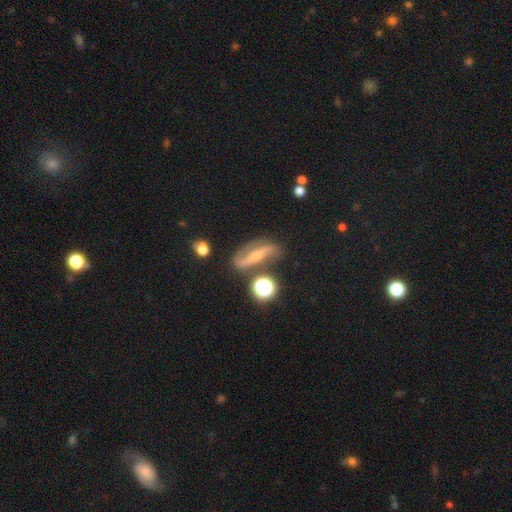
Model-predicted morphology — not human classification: Smooth or featured? featured or disk (69%)
Edge-on disk? no (81%)
Bar? strong (50%)
Spiral arms? yes (87%)
Bulge size? small (47%)
Merging? none (69%)